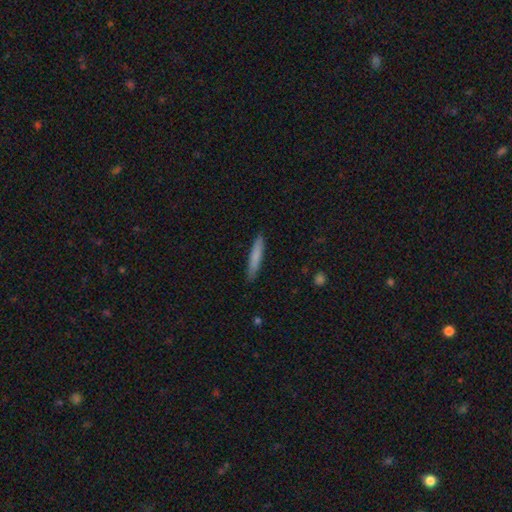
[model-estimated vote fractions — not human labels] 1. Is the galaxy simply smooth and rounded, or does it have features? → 78% smooth, 16% featured or disk, 6% star or artifact.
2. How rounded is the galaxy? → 92% cigar-shaped, 6% in between, 1% round.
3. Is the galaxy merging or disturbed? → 89% none, 9% minor disturbance, 2% major disturbance, 1% merger.